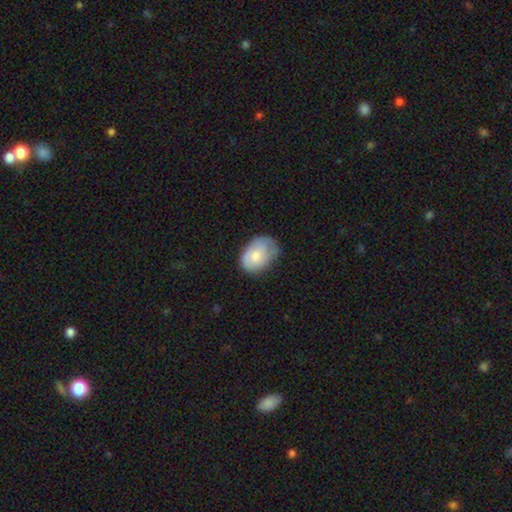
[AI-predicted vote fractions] Smooth or featured?
  - smooth: 73% *
  - featured or disk: 21%
  - star or artifact: 6%
How rounded?
  - in between: 81% *
  - round: 18%
  - cigar-shaped: 1%
Merging?
  - none: 54% *
  - minor disturbance: 35%
  - major disturbance: 10%
  - merger: 2%